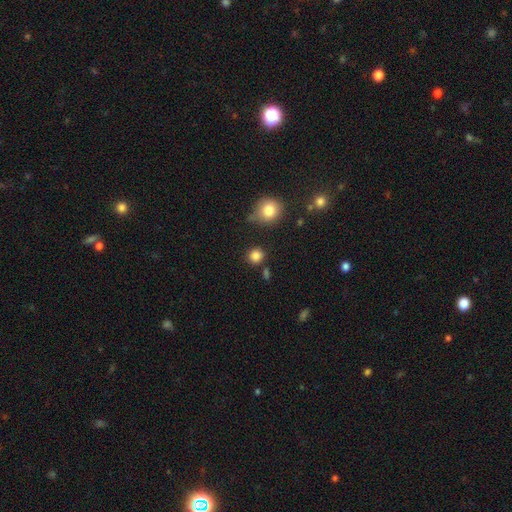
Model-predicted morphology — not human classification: A smooth galaxy with no disk features (84%) that is round (89%). Merging: none (84%).